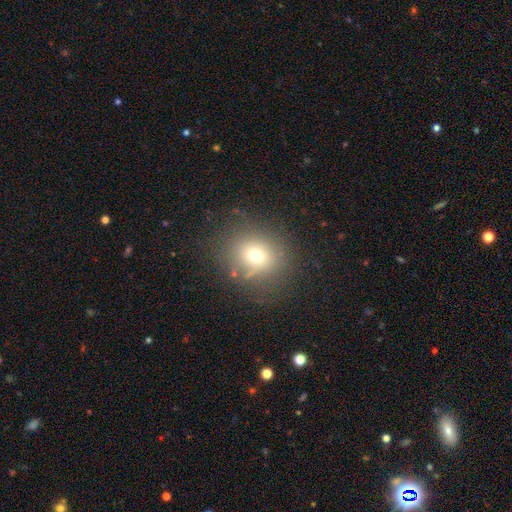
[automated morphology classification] This is likely a smooth galaxy (67%). How rounded: likely round (78%). Merging: likely none (78%).